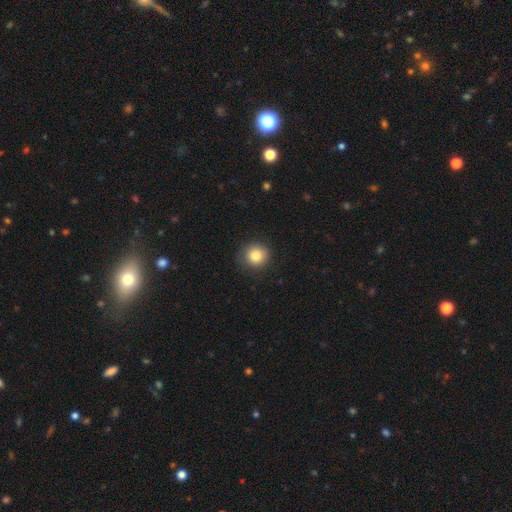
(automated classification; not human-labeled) Smooth or featured?
  - smooth: 83% *
  - star or artifact: 10%
  - featured or disk: 7%
How rounded?
  - round: 91% *
  - in between: 8%
  - cigar-shaped: 1%
Merging?
  - none: 86% *
  - minor disturbance: 10%
  - major disturbance: 3%
  - merger: 1%